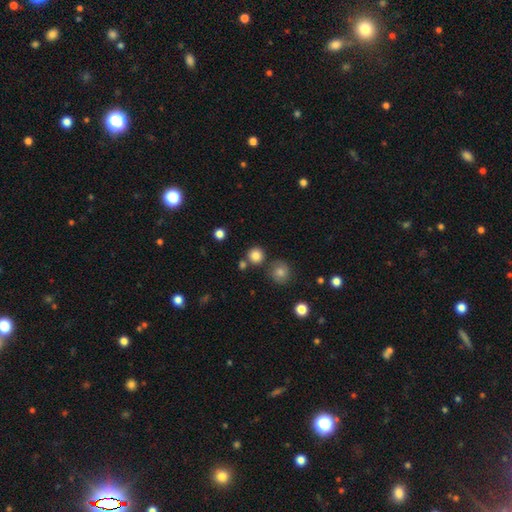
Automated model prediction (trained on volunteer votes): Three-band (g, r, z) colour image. It shows a smooth galaxy with no disk features (83%) that is round (92%). Merging: none (76%).